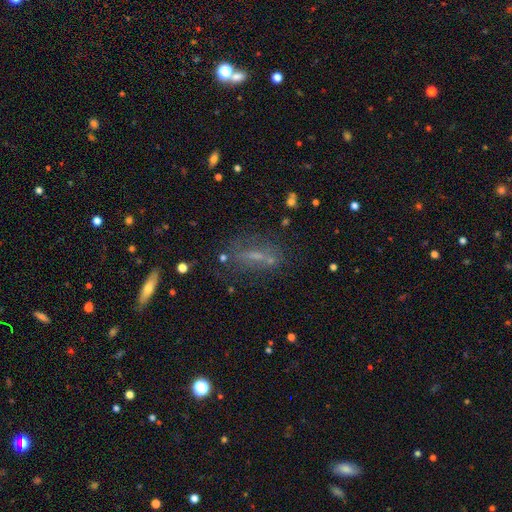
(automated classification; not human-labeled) Smooth or featured? featured or disk (40%)
Merging? none (62%)